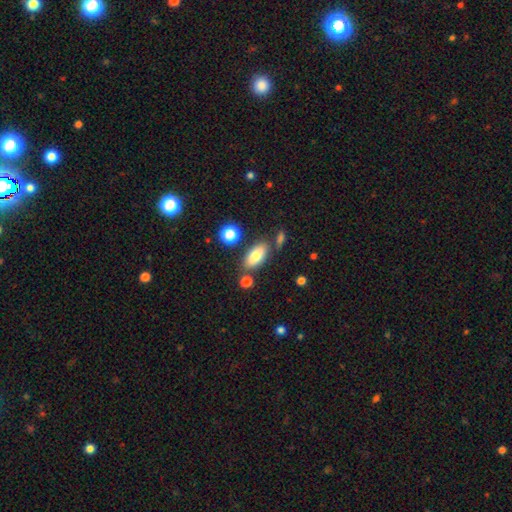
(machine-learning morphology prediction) A smooth galaxy with no disk features (79%) that is in between round and cigar-shaped (87%). Merging: none (76%).